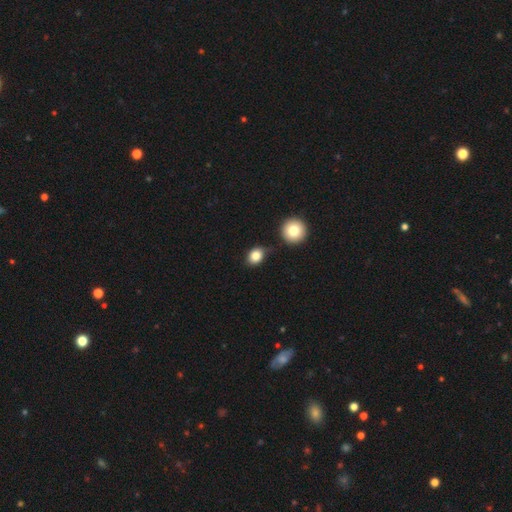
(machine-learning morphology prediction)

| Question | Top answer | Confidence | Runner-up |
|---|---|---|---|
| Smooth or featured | smooth | 84% | star or artifact (9%) |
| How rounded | in between | 50% | round (49%) |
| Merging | none | 67% | minor disturbance (19%) |